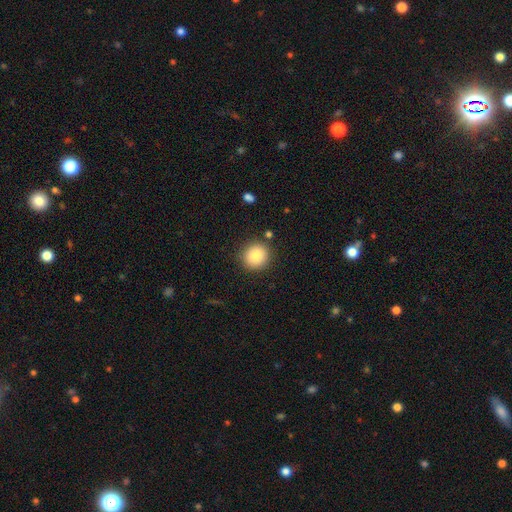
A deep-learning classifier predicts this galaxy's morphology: This is clearly a smooth galaxy (85%). How rounded: clearly round (90%). Merging: clearly none (88%).